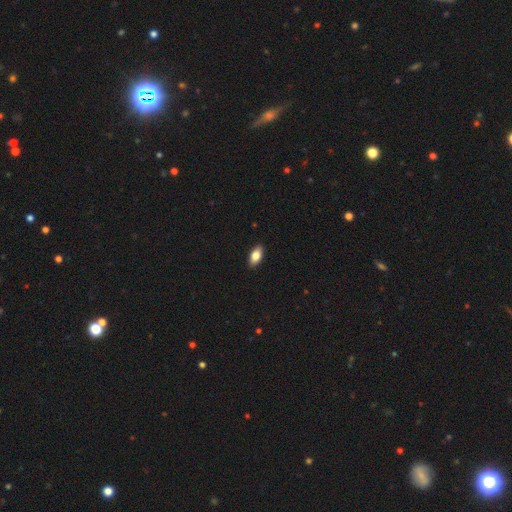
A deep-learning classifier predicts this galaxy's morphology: This is clearly a smooth galaxy (80%). How rounded: clearly in between (90%). Merging: clearly none (90%).